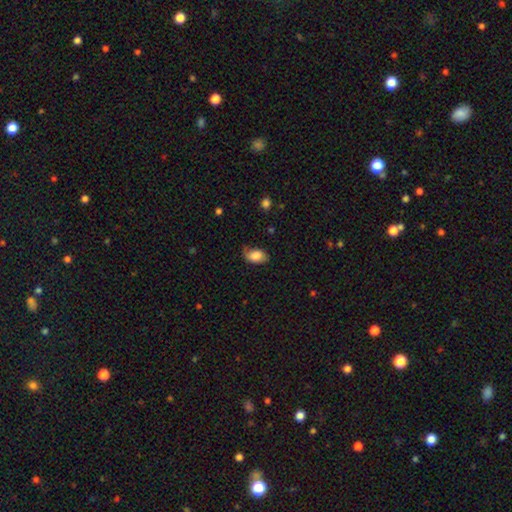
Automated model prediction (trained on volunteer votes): Smooth or featured? smooth (81%)
How rounded? in between (90%)
Merging? none (67%)